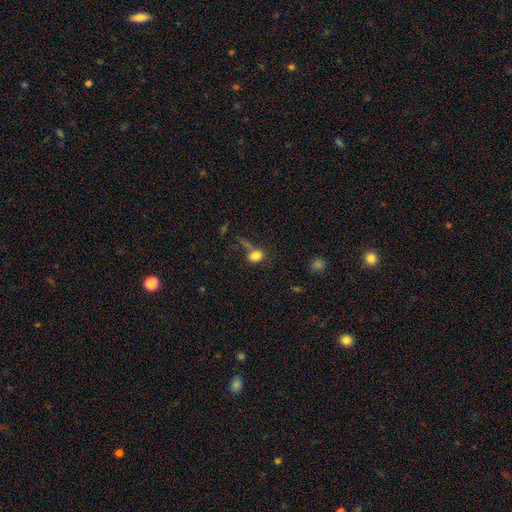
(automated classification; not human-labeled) Smooth or featured? smooth (80%)
How rounded? in between (63%)
Merging? none (46%)